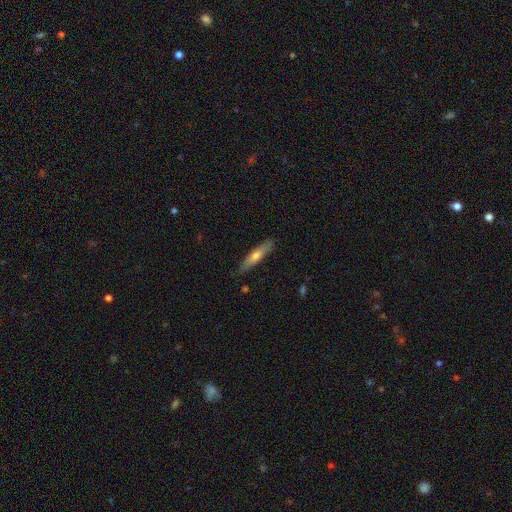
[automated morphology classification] Smooth or featured: smooth — 52% (featured or disk — 42%)
How rounded: cigar-shaped — 86% (in between — 13%)
Merging: none — 86% (minor disturbance — 11%)